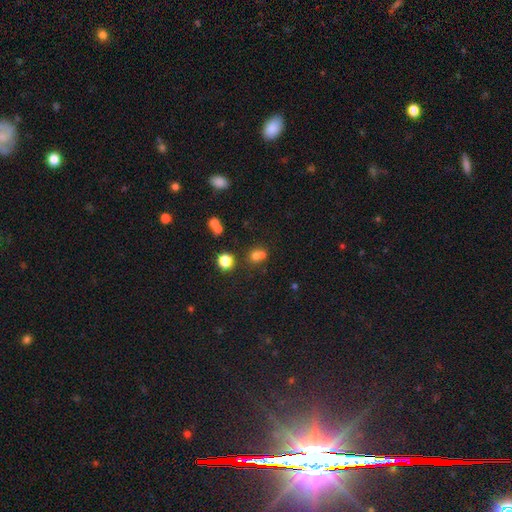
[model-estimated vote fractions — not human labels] A smooth galaxy with no disk features (67%) that is round (82%). Merging: none (45%, tied with merger).